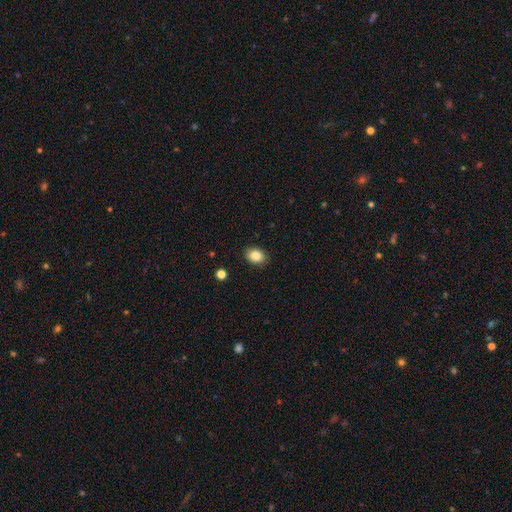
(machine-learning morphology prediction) Smooth or featured: smooth — 85% (star or artifact — 9%)
How rounded: in between — 61% (round — 39%)
Merging: none — 89% (minor disturbance — 8%)